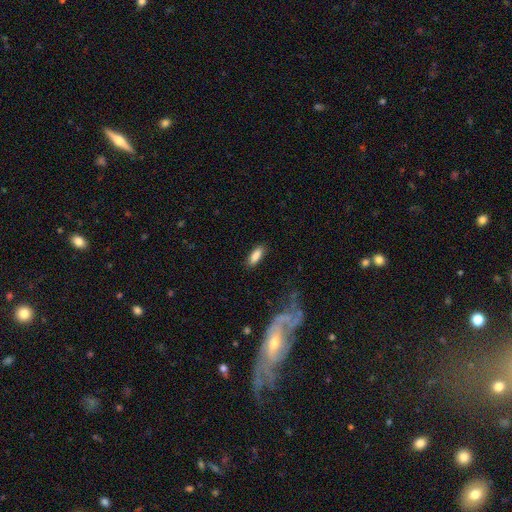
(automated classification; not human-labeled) smooth-or-featured: smooth: 86% | star or artifact: 7% | featured or disk: 7%
  how-rounded: in between: 74% | cigar-shaped: 24% | round: 2%
  merging: none: 83% | minor disturbance: 11% | major disturbance: 3% | merger: 2%